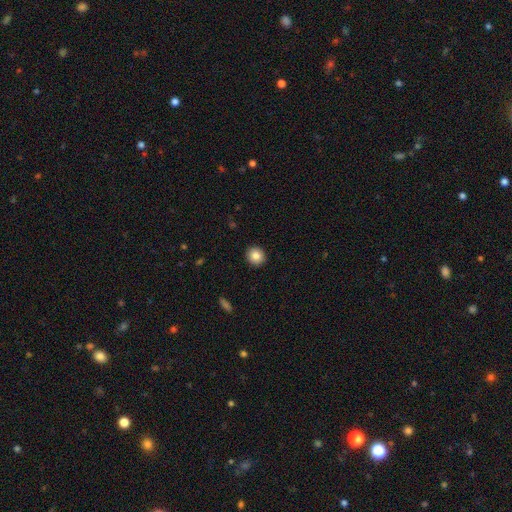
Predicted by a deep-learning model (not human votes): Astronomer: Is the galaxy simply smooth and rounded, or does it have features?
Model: smooth — 85%.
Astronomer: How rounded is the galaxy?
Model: round — 89%.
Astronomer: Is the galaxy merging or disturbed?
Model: none — 93%.